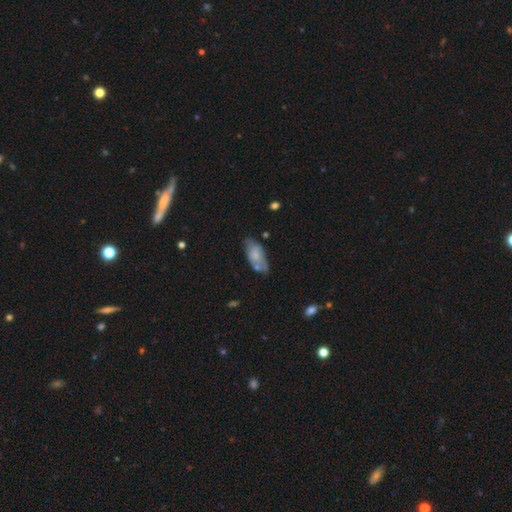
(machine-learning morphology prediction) Smooth or featured: smooth — 65% (featured or disk — 29%)
How rounded: in between — 86% (cigar-shaped — 11%)
Merging: none — 54% (minor disturbance — 28%)